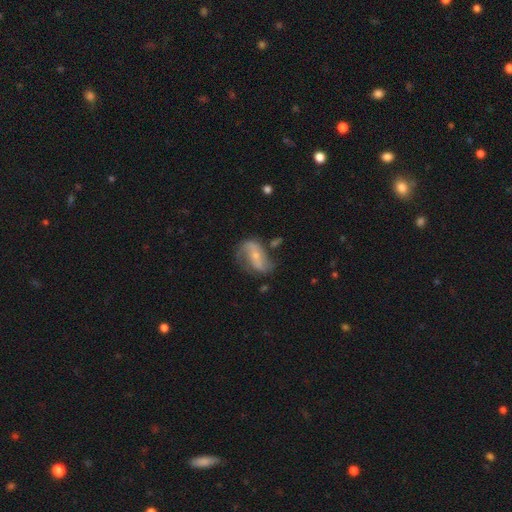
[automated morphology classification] A featured or disk galaxy (70%) with no bar (41%), 2 (85%) loose (58%) spiral arms (86%) and a small central bulge (61%). Merging: none (57%).